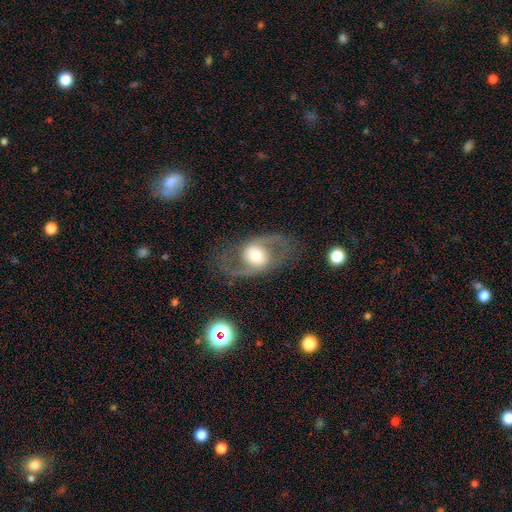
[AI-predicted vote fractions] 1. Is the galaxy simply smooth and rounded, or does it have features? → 78% featured or disk, 16% smooth, 6% star or artifact.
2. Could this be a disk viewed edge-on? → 95% no, 5% yes.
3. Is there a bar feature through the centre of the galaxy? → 57% no, 30% weak, 13% strong.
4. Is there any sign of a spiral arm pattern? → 82% yes, 18% no.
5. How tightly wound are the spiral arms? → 49% medium, 39% loose, 12% tight.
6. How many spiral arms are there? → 91% 2, 4% can't tell, 2% 1, 1% 3, 1% 4, 1% more than 4.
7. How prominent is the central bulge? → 58% moderate, 27% large, 9% small, 4% dominant, 1% none.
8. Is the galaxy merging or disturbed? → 76% none, 12% minor disturbance, 10% major disturbance, 2% merger.